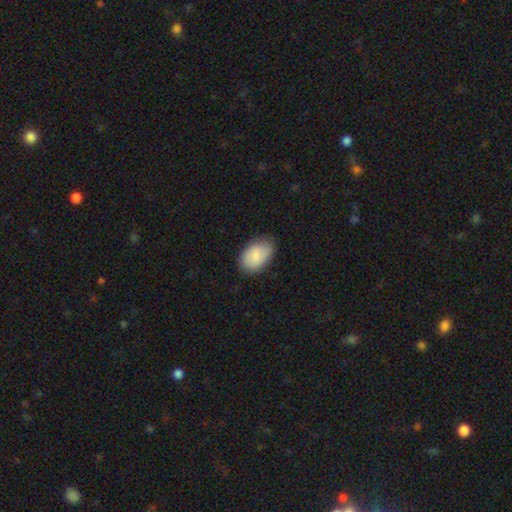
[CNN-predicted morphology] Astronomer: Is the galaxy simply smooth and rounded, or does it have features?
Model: smooth — 85%.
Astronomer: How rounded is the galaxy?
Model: in between — 89%.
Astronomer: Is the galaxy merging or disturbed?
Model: none — 78%.